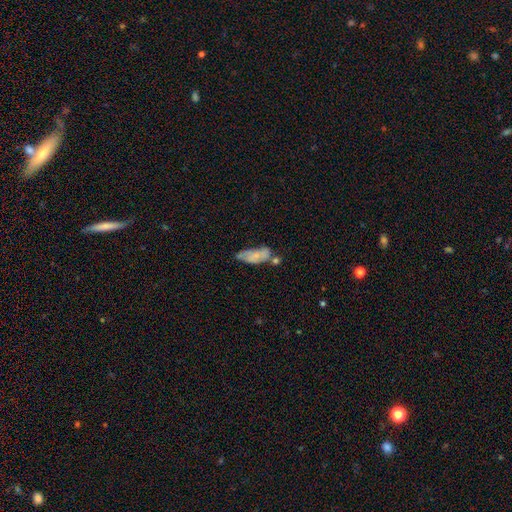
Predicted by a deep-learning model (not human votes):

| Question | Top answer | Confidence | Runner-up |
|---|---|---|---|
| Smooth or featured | smooth | 58% | featured or disk (33%) |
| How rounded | in between | 72% | cigar-shaped (25%) |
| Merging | none | 36% | minor disturbance (28%) |